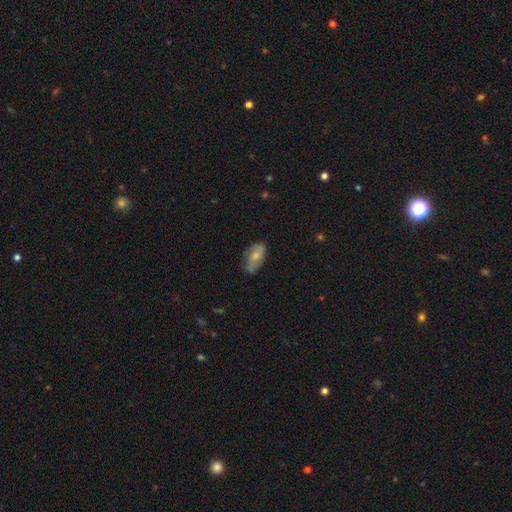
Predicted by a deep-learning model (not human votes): smooth-or-featured: smooth: 63% | featured or disk: 30% | star or artifact: 7%
  how-rounded: in between: 91% | round: 5% | cigar-shaped: 4%
  merging: none: 55% | minor disturbance: 33% | major disturbance: 9% | merger: 3%